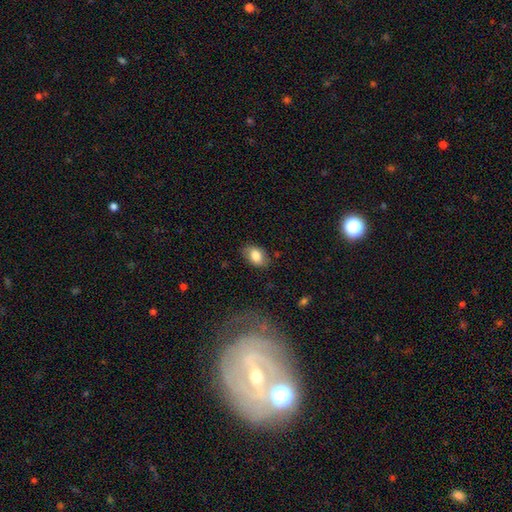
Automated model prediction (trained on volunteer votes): smooth 80%, featured or disk 13%, star or artifact 7%. Down the decision tree: how rounded — in between (86%); merging — none (80%).